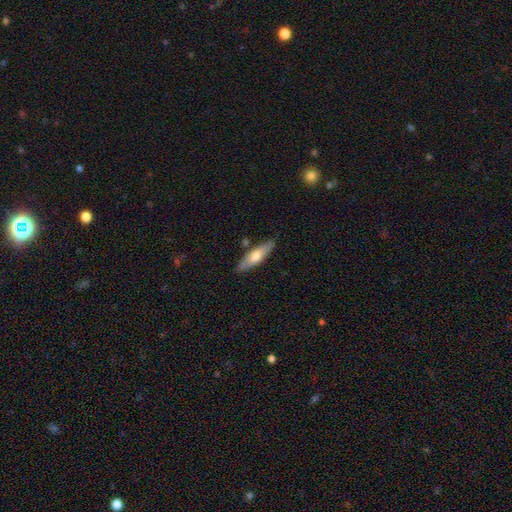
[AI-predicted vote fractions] Overall: smooth (56%; featured or disk 39%). How rounded: cigar-shaped (60%; in between 38%). Merging: none (82%).